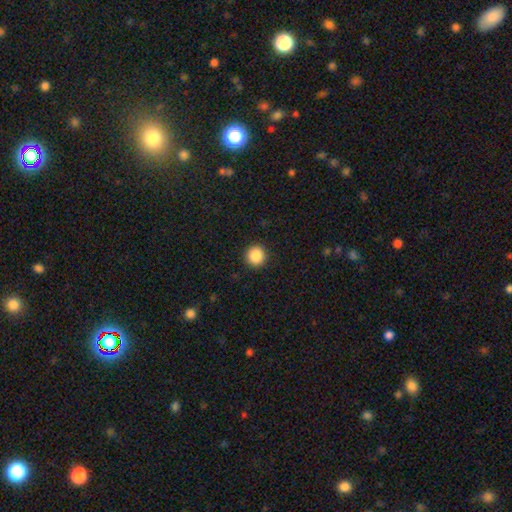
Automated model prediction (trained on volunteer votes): Q: Smooth or featured?
A: smooth (87%); runner-up: star or artifact (9%)
Q: How rounded?
A: round (95%); runner-up: in between (4%)
Q: Merging?
A: none (92%); runner-up: minor disturbance (5%)